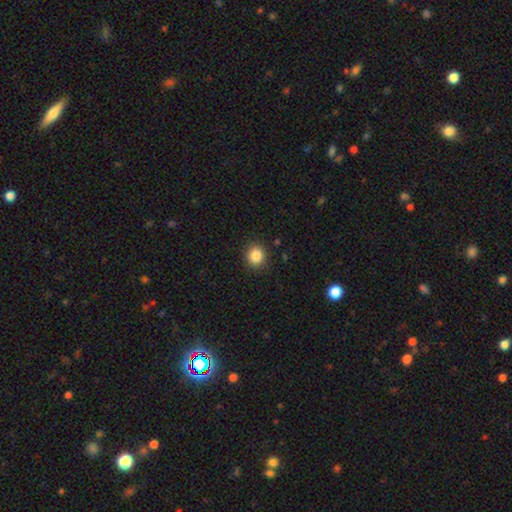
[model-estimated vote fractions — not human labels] A smooth galaxy with no disk features (86%) that is round (84%). Merging: none (90%).